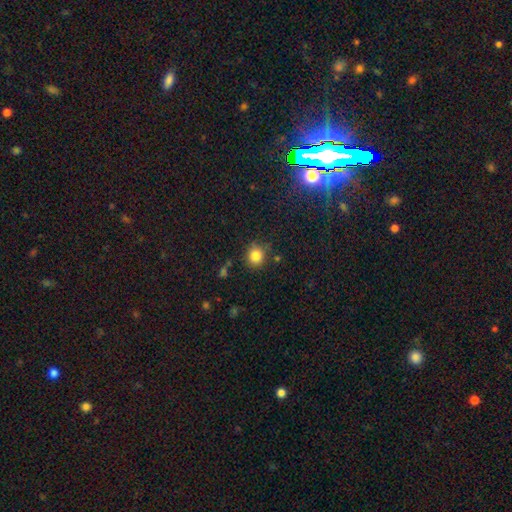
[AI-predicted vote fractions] Smooth or featured?
  - smooth: 83% *
  - star or artifact: 12%
  - featured or disk: 5%
How rounded?
  - round: 85% *
  - in between: 14%
  - cigar-shaped: 1%
Merging?
  - none: 80% *
  - minor disturbance: 12%
  - merger: 4%
  - major disturbance: 3%